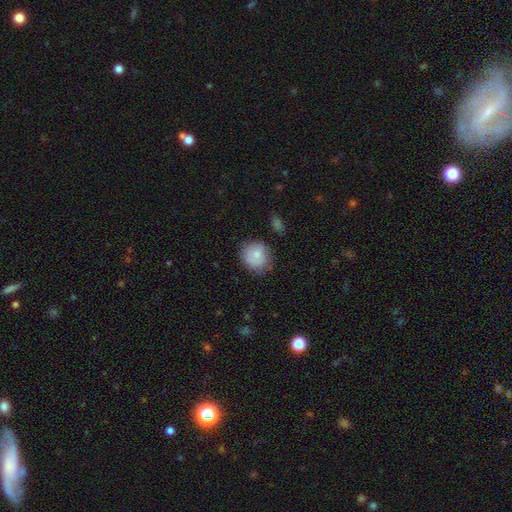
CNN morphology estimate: This is clearly a smooth galaxy (81%). How rounded: likely round (77%). Merging: likely none (71%).